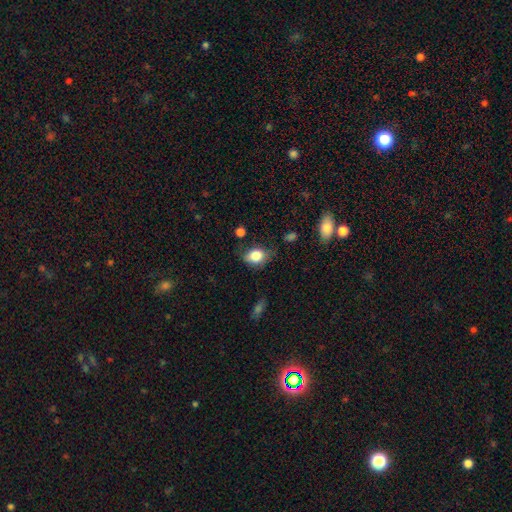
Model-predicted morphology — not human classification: Smooth or featured?
  - smooth: 82% *
  - featured or disk: 10%
  - star or artifact: 9%
How rounded?
  - in between: 67% *
  - round: 32%
  - cigar-shaped: 1%
Merging?
  - none: 63% *
  - minor disturbance: 28%
  - major disturbance: 7%
  - merger: 2%